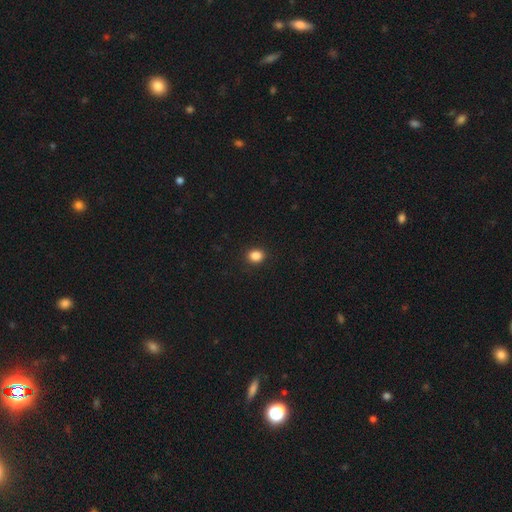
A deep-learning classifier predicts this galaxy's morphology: Smooth or featured: smooth — 86% (star or artifact — 11%)
How rounded: round — 61% (in between — 38%)
Merging: none — 91% (minor disturbance — 6%)